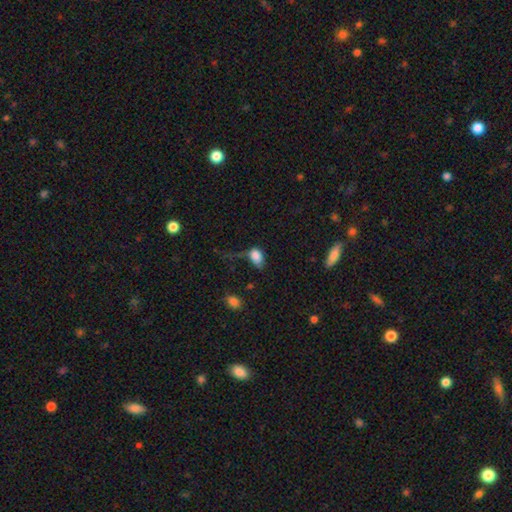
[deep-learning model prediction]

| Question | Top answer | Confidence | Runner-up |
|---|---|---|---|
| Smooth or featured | smooth | 82% | star or artifact (9%) |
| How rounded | in between | 85% | round (13%) |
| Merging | major disturbance | 35% | minor disturbance (31%) |